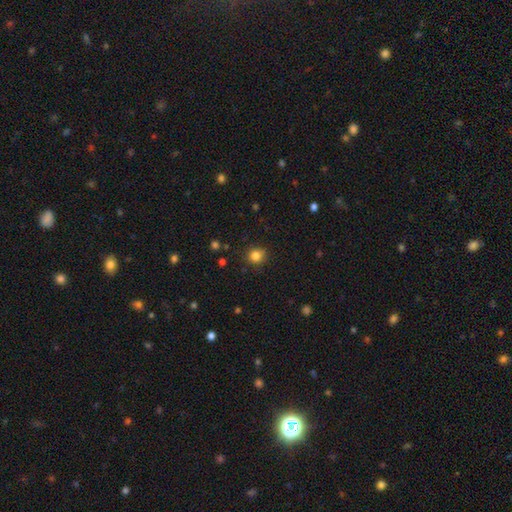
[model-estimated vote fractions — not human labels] Smooth or featured? smooth (82%)
How rounded? round (86%)
Merging? none (85%)